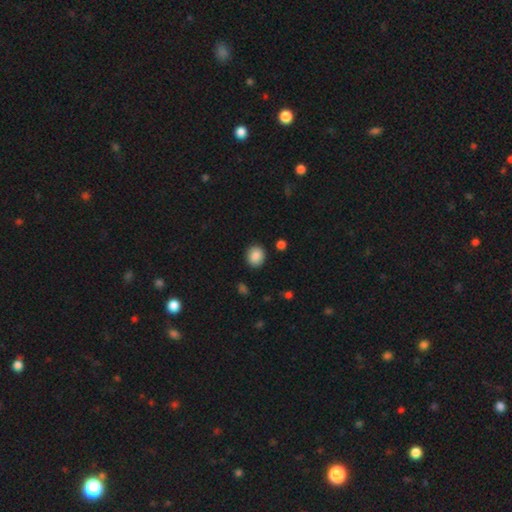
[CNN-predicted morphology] smooth_or_featured: smooth (p=0.87) [alt: star or artifact p=0.08]
how_rounded: round (p=0.73) [alt: in between p=0.26]
merging: none (p=0.88) [alt: minor disturbance p=0.08]